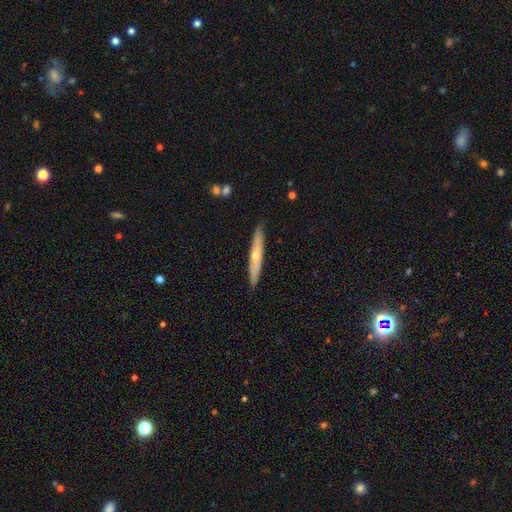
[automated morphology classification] Smooth or featured?
  - featured or disk: 53% *
  - smooth: 41%
  - star or artifact: 6%
Edge-on disk?
  - yes: 89% *
  - no: 11%
Merging?
  - none: 88% *
  - minor disturbance: 9%
  - major disturbance: 2%
  - merger: 1%